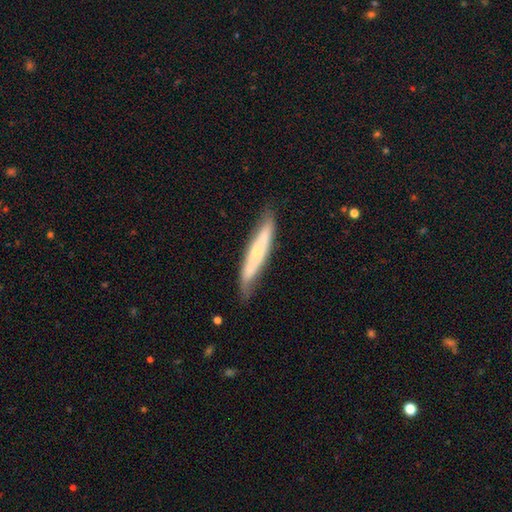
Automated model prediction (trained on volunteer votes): Morphology: type=featured or disk (53%); edge-on=yes (69%); merging=none (75%).